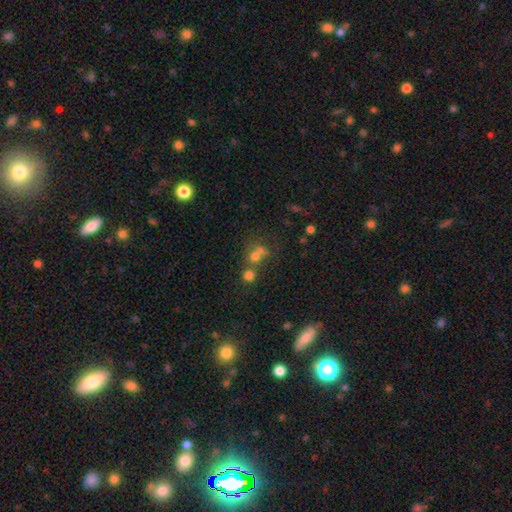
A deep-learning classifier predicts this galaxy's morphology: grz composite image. It shows a smooth galaxy with no disk features (60%) that is round (80%). Merging: merger (44%).